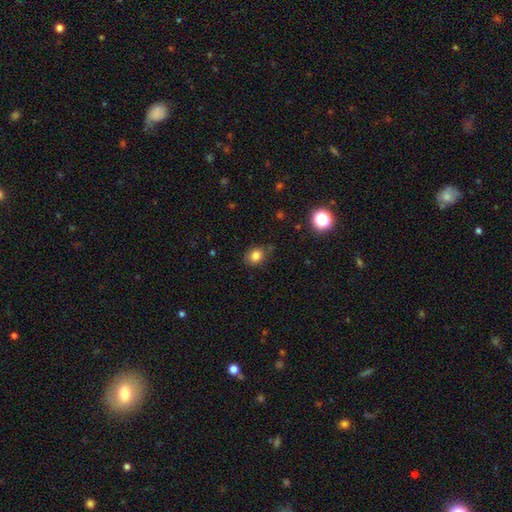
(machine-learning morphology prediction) smooth 82%, star or artifact 12%, featured or disk 6%. Down the decision tree: how rounded — round (64%); merging — none (78%).